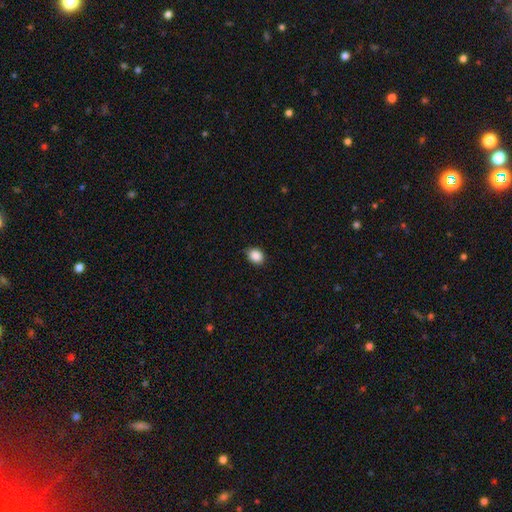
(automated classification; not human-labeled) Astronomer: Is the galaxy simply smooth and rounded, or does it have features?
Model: smooth — 88%.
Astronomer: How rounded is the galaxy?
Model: in between — 55% (runner-up: round, 44%).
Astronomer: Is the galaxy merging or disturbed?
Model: none — 80%.